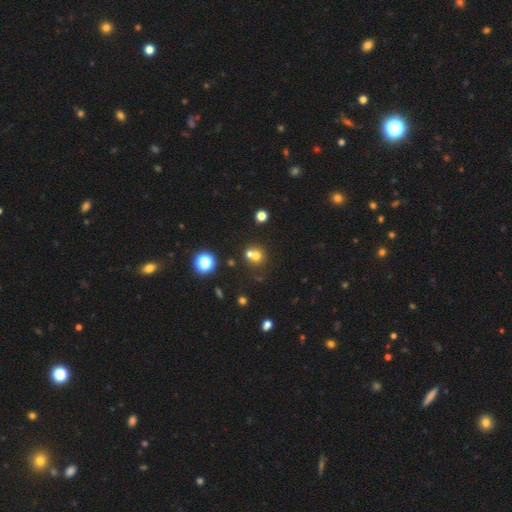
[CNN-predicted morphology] smooth 63%, star or artifact 21%, featured or disk 16%. Down the decision tree: how rounded — round (86%); merging — merger (47%).